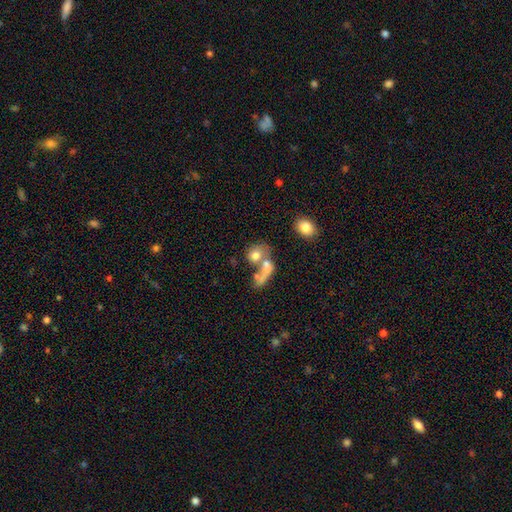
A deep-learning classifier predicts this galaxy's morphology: Q: Smooth or featured?
A: smooth (69%); runner-up: featured or disk (21%)
Q: How rounded?
A: round (55%); runner-up: in between (41%)
Q: Merging?
A: merger (50%); runner-up: none (25%)